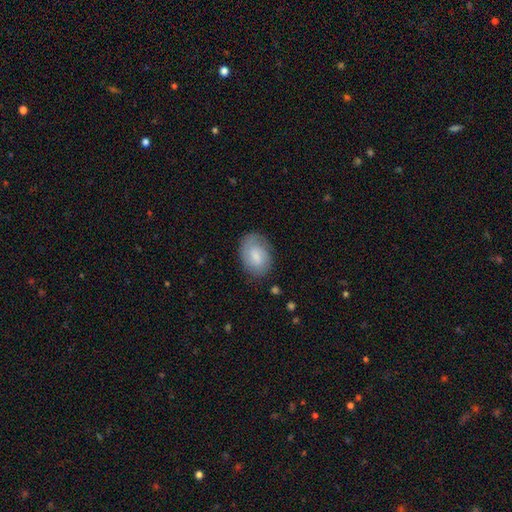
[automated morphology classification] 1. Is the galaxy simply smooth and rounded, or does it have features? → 68% smooth, 26% featured or disk, 7% star or artifact.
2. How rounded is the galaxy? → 84% in between, 15% round, 1% cigar-shaped.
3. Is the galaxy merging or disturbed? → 74% none, 19% minor disturbance, 6% major disturbance, 1% merger.